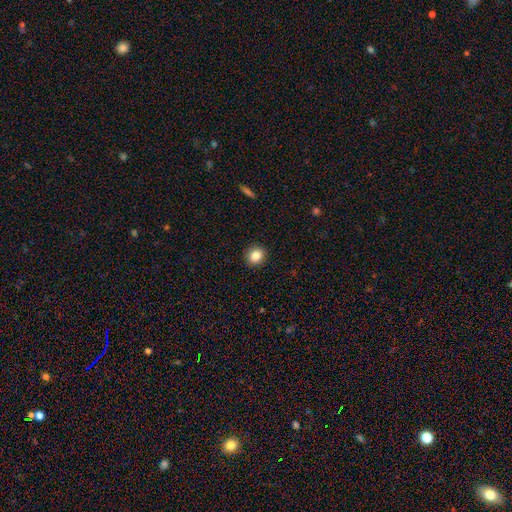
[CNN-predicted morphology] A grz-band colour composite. It shows a smooth galaxy with no disk features (85%) that is round (78%). Merging: none (91%).